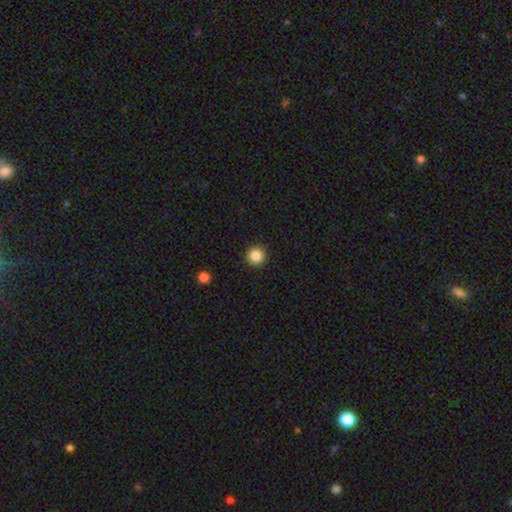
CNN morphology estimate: smooth 86%, star or artifact 10%, featured or disk 4%. Down the decision tree: how rounded — round (96%); merging — none (93%).